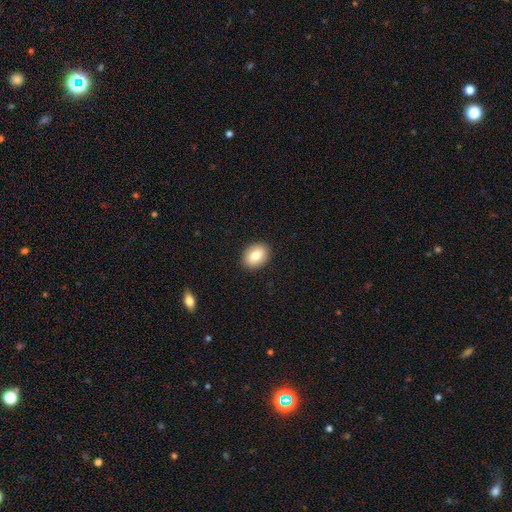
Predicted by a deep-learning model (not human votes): Smooth or featured: smooth — 81% (featured or disk — 11%)
How rounded: in between — 59% (round — 40%)
Merging: none — 91% (minor disturbance — 7%)